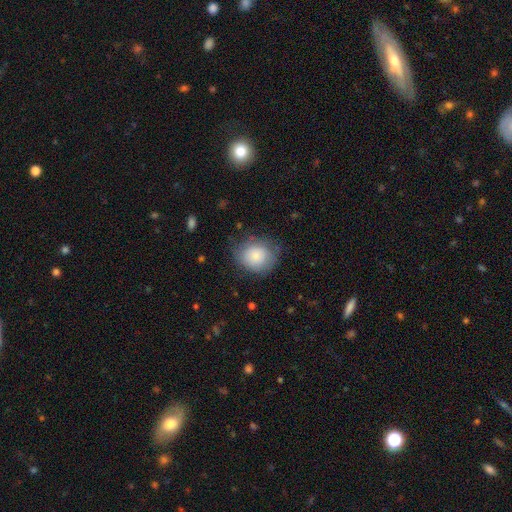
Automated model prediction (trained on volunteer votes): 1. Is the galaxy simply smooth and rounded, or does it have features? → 82% smooth, 10% featured or disk, 8% star or artifact.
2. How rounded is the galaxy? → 77% round, 22% in between, 1% cigar-shaped.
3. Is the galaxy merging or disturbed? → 72% none, 20% minor disturbance, 7% major disturbance, 1% merger.